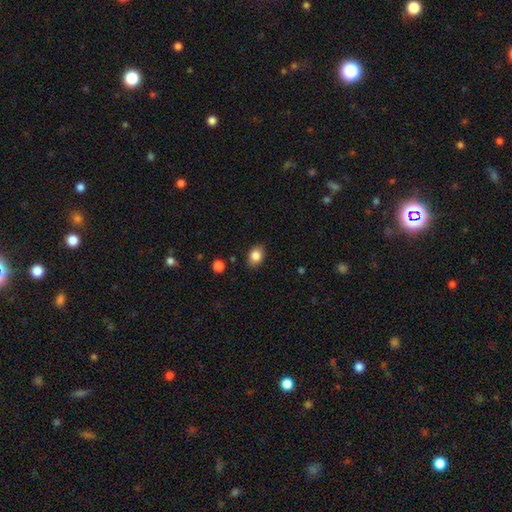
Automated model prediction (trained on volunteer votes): Smooth or featured? smooth (85%)
How rounded? in between (67%)
Merging? none (84%)